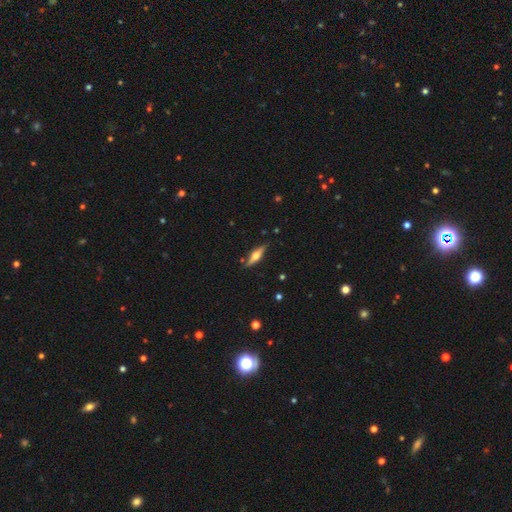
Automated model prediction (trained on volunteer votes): Smooth or featured? featured or disk (62%)
Edge-on disk? yes (96%)
Edge-on bulge? rounded (88%)
Merging? none (84%)